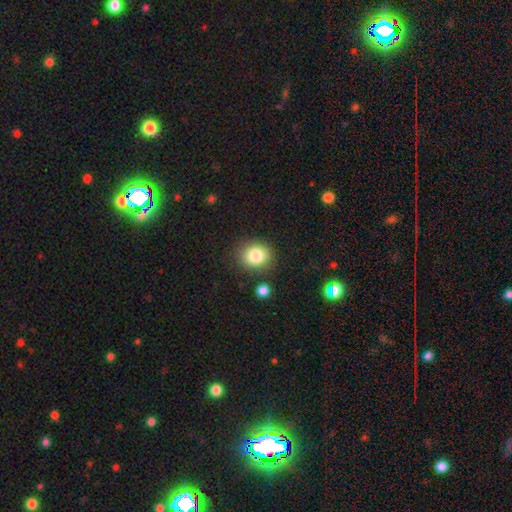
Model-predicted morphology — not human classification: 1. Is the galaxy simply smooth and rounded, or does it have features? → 82% smooth, 11% star or artifact, 7% featured or disk.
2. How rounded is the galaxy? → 71% round, 28% in between, 1% cigar-shaped.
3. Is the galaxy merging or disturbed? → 84% none, 10% minor disturbance, 3% merger, 3% major disturbance.